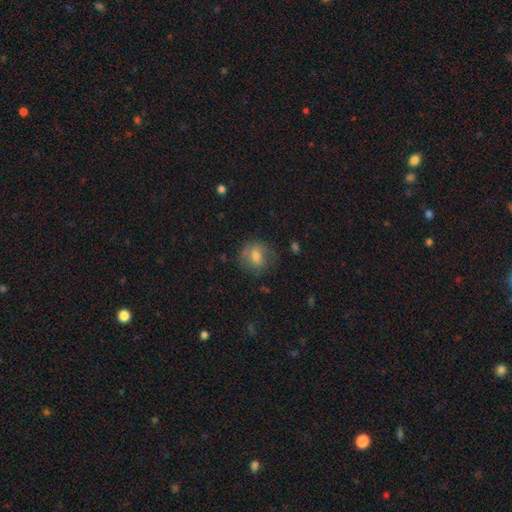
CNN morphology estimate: smooth_or_featured: smooth (p=0.63) [alt: featured or disk p=0.25]
how_rounded: round (p=0.74) [alt: in between p=0.25]
merging: none (p=0.69) [alt: minor disturbance p=0.21]